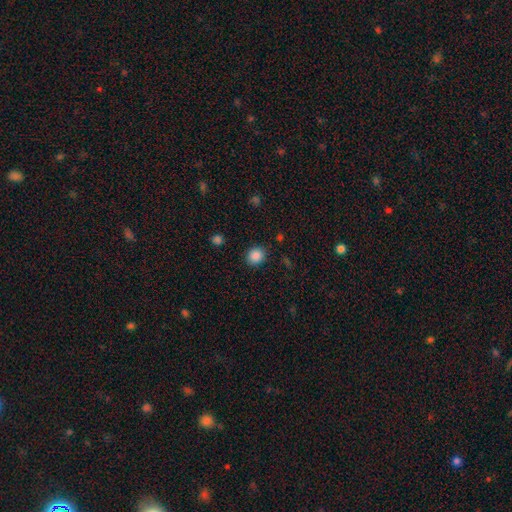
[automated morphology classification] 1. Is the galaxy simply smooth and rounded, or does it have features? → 87% smooth, 10% star or artifact, 3% featured or disk.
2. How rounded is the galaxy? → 77% round, 22% in between, 1% cigar-shaped.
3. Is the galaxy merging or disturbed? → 88% none, 8% minor disturbance, 3% major disturbance, 2% merger.